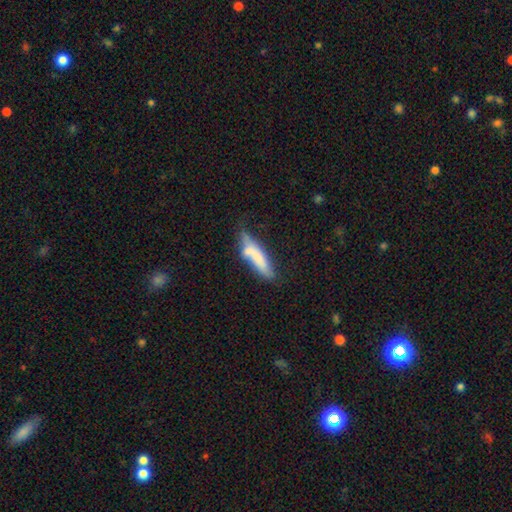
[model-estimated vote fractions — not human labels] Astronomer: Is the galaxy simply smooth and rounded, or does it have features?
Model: smooth — 65%.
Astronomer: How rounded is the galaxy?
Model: cigar-shaped — 74%.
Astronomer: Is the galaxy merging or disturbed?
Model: none — 43% (runner-up: minor disturbance, 27%).